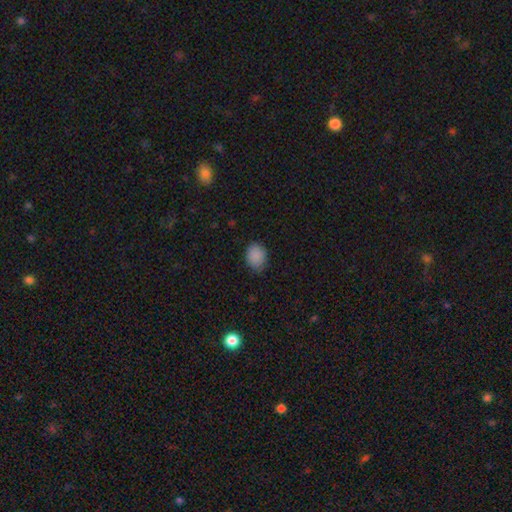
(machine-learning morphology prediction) A smooth galaxy with no disk features (88%) that is in between round and cigar-shaped (50%).

Vote fractions:
- Smooth or featured? smooth: 88% / star or artifact: 9% / featured or disk: 3%
- How rounded? in between: 50% / round: 49% / cigar-shaped: 1%
- Merging? none: 79% / minor disturbance: 17% / major disturbance: 3% / merger: 1%